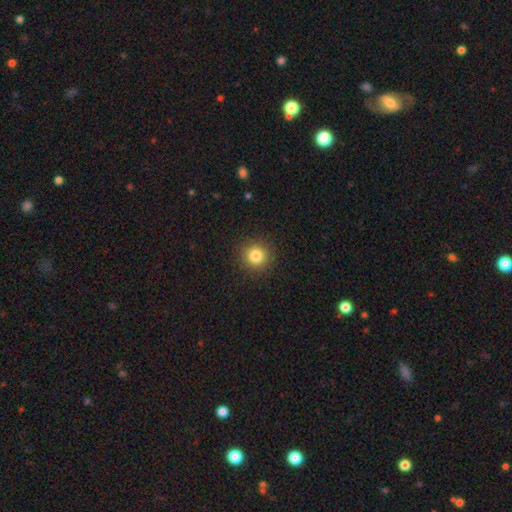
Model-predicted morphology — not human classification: Smooth or featured: smooth — 83% (star or artifact — 11%)
How rounded: round — 93% (in between — 6%)
Merging: none — 91% (minor disturbance — 6%)